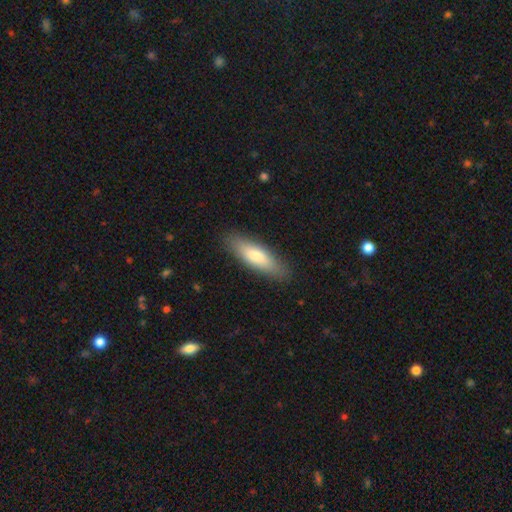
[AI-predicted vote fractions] Overall: smooth (73%). How rounded: cigar-shaped (62%; in between 37%). Merging: none (89%).